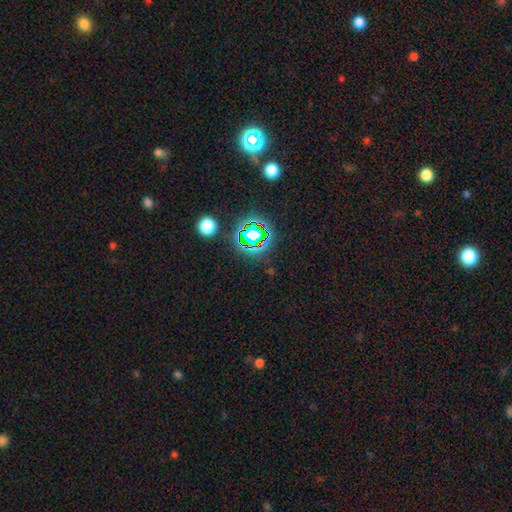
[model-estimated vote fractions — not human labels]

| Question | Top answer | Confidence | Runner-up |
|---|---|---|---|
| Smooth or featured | star or artifact | 74% | smooth (17%) |